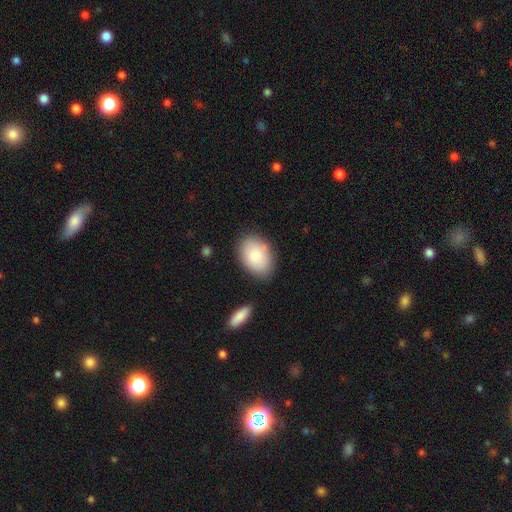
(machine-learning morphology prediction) A smooth galaxy with no disk features (81%) that is in between round and cigar-shaped (83%). Merging: none (80%).